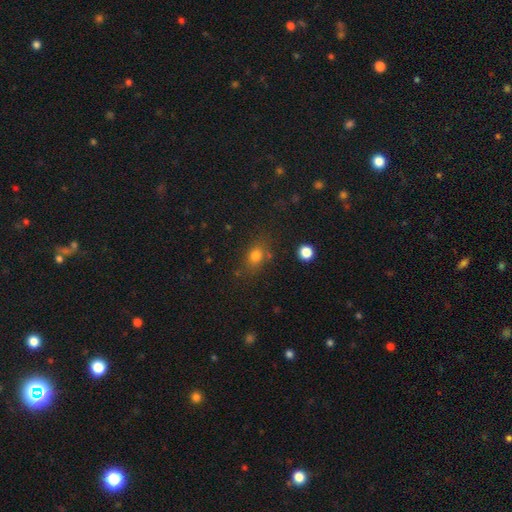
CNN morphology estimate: Q: Smooth or featured?
A: smooth (76%); runner-up: star or artifact (15%)
Q: How rounded?
A: in between (57%); runner-up: round (41%)
Q: Merging?
A: none (74%); runner-up: minor disturbance (15%)